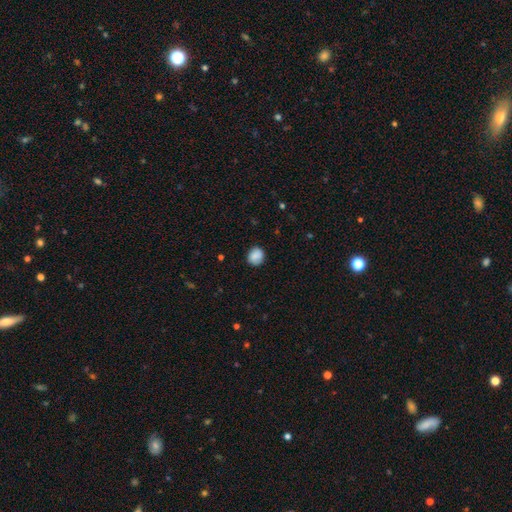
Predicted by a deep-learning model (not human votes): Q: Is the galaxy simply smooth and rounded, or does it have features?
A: smooth — 85%.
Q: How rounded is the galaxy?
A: round — 75%.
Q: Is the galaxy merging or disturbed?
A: none — 83%.